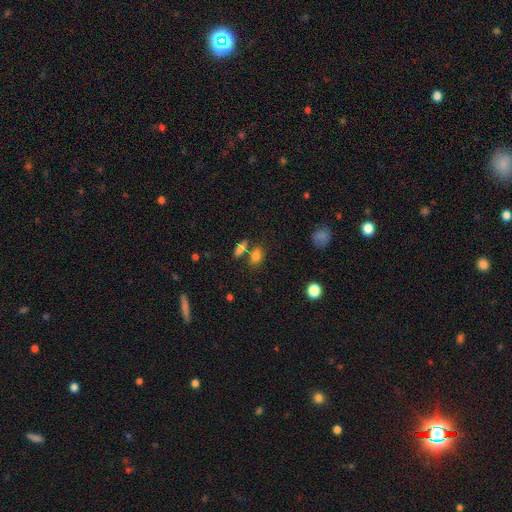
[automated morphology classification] Smooth or featured? Predicted: smooth (p=0.81). How rounded? Predicted: in between (p=0.78). Merging? Predicted: none (p=0.59).